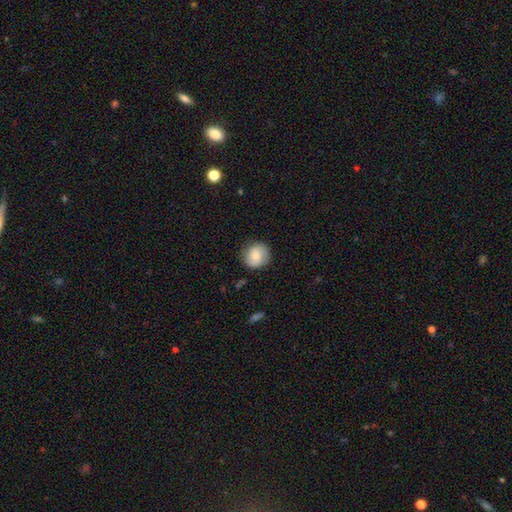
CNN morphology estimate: Overall: smooth (79%). How rounded: round (88%). Merging: none (84%).